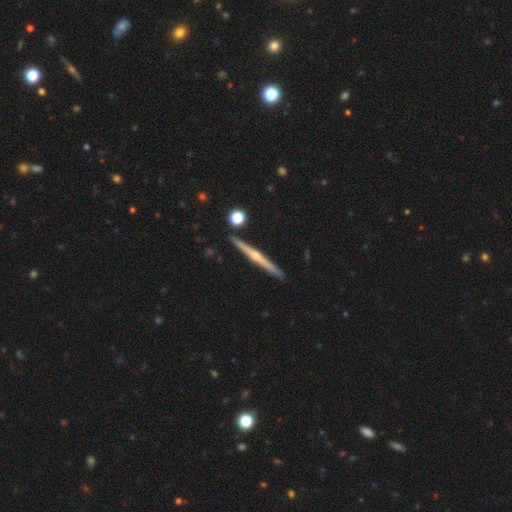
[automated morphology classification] A featured or disk galaxy (74%) viewed edge-on (98%) with a rounded central bulge (71%).

Vote fractions:
- Smooth or featured? featured or disk: 74% / smooth: 19% / star or artifact: 6%
- Edge-on disk? yes: 98% / no: 2%
- Edge-on bulge? rounded: 71% / none: 23% / boxy: 6%
- Merging? none: 87% / minor disturbance: 8% / merger: 3% / major disturbance: 2%